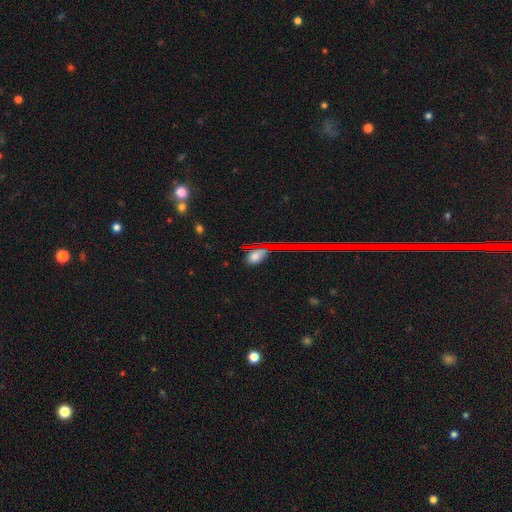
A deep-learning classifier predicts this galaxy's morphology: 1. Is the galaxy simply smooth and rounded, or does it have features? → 61% smooth, 31% star or artifact, 8% featured or disk.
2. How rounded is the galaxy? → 50% in between, 44% round, 6% cigar-shaped.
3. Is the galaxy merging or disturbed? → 79% none, 13% minor disturbance, 4% major disturbance, 4% merger.